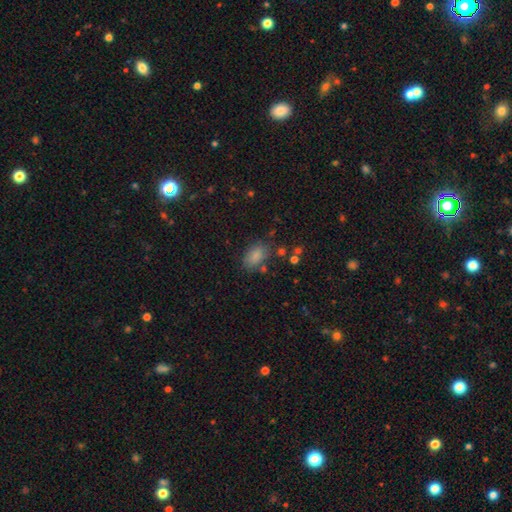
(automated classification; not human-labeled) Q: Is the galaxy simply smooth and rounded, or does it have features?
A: smooth — 84%.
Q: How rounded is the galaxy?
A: in between — 88%.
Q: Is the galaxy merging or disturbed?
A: none — 72%.